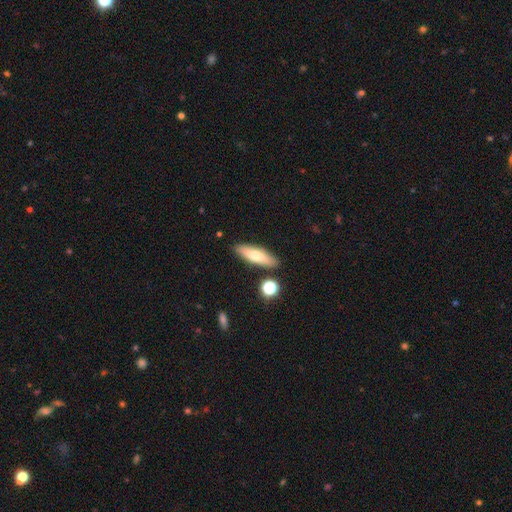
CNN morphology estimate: The model was most divided on "how rounded": cigar-shaped: 52%, in between: 46%, round: 3%. More confident: merging — none (85%); smooth or featured — smooth (65%).